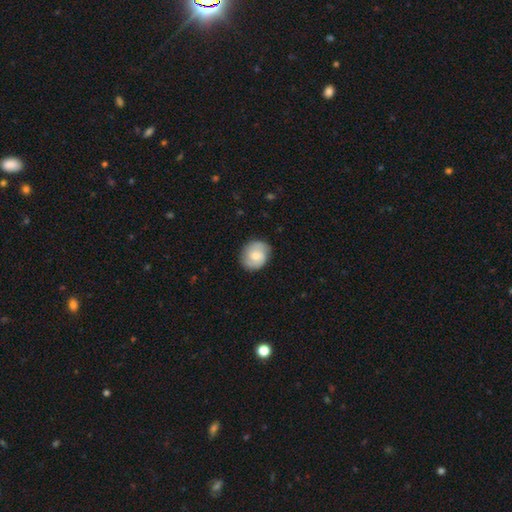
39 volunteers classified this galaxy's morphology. This is marginally a smooth galaxy (44%, tied with featured or disk). How rounded: likely in between (65%). Merging: likely none (76%).